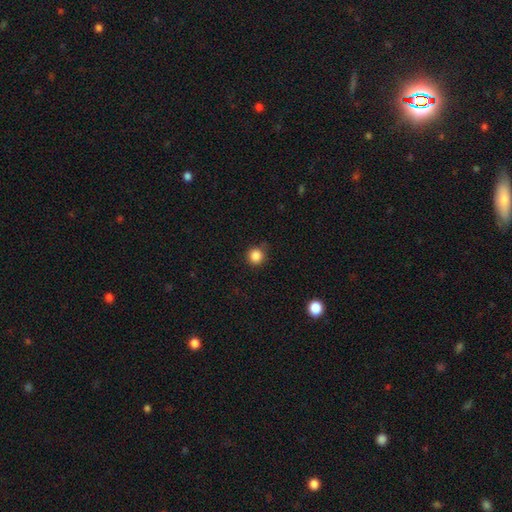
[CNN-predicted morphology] Smooth or featured?
  - smooth: 85% *
  - star or artifact: 11%
  - featured or disk: 3%
How rounded?
  - round: 94% *
  - in between: 5%
  - cigar-shaped: 1%
Merging?
  - none: 82% *
  - minor disturbance: 13%
  - major disturbance: 3%
  - merger: 2%